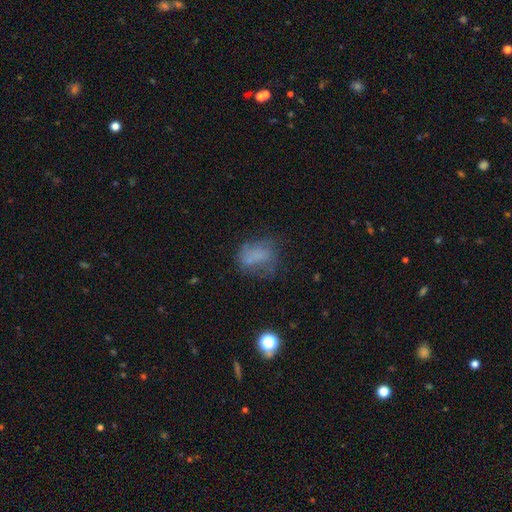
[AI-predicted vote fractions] Overall: smooth (57%; featured or disk 27%). How rounded: in between (62%; round 36%). Merging: none (45%; minor disturbance 26%).